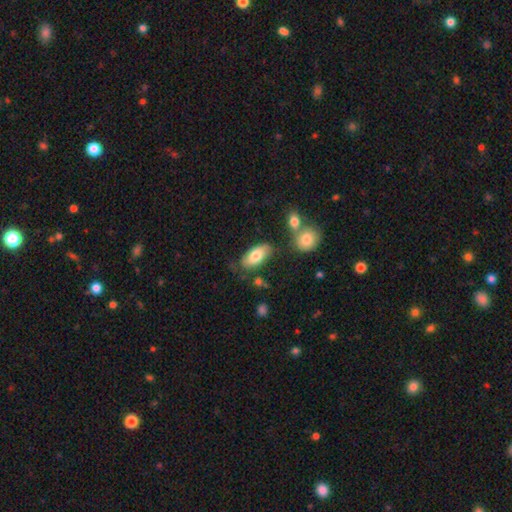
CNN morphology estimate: The model was most divided on "merging": none: 72%, minor disturbance: 16%, merger: 7%, major disturbance: 5%. More confident: how rounded — in between (89%); smooth or featured — smooth (76%).